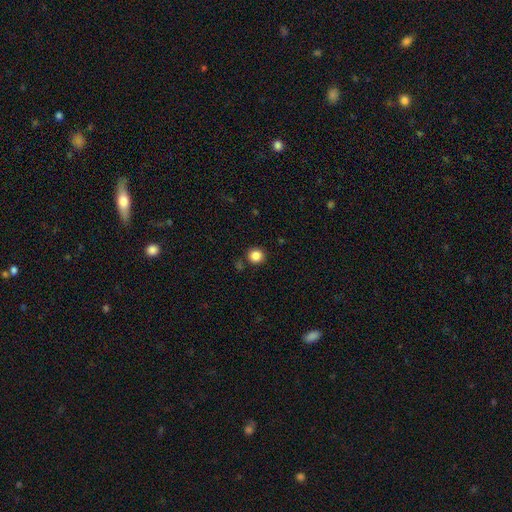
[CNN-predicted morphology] Q: Smooth or featured?
A: smooth (85%); runner-up: star or artifact (11%)
Q: How rounded?
A: round (93%); runner-up: in between (6%)
Q: Merging?
A: none (87%); runner-up: minor disturbance (7%)